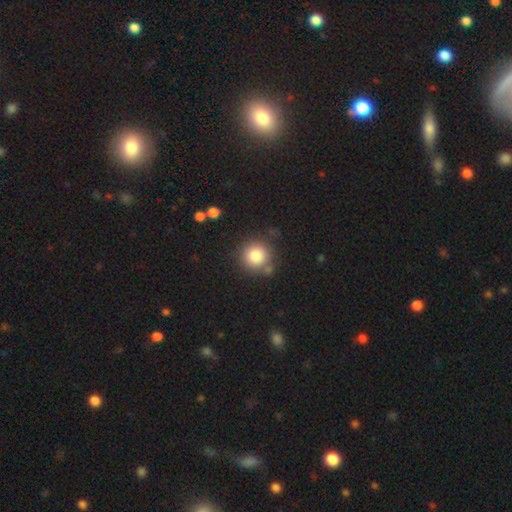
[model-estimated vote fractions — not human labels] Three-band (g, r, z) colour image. It shows a smooth galaxy with no disk features (83%) that is round (93%). Merging: none (77%).